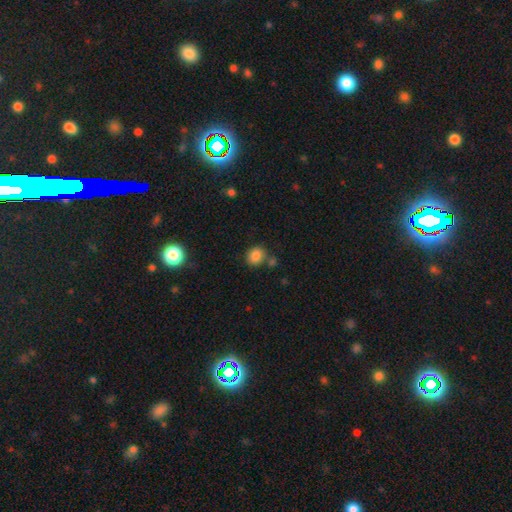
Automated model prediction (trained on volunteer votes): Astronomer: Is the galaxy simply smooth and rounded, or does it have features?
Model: smooth — 84%.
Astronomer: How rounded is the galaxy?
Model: round — 73%.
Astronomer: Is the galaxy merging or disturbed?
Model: none — 71%.